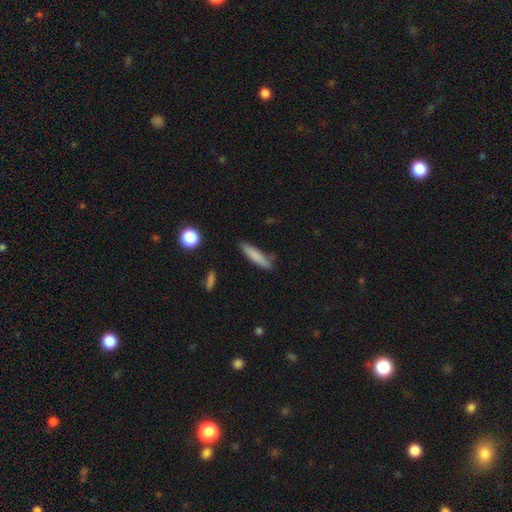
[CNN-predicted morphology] smooth-or-featured: smooth: 82% | featured or disk: 12% | star or artifact: 7%
  how-rounded: cigar-shaped: 83% | in between: 16% | round: 2%
  merging: none: 82% | minor disturbance: 14% | major disturbance: 2% | merger: 2%